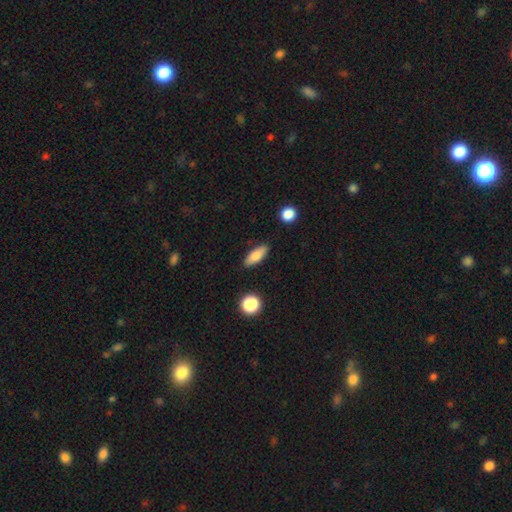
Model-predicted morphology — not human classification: Smooth or featured? smooth (77%)
How rounded? in between (68%)
Merging? none (87%)